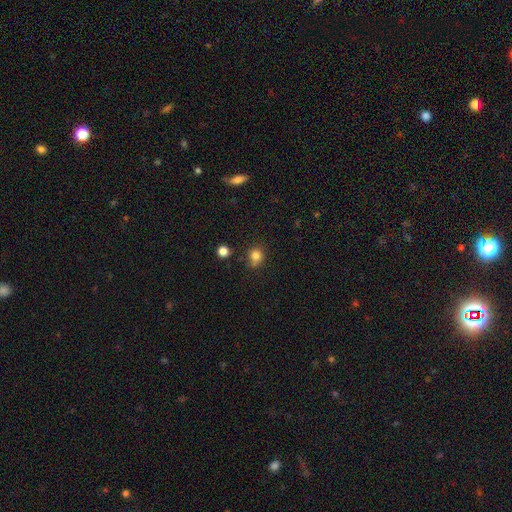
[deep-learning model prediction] smooth-or-featured: smooth: 81% | star or artifact: 13% | featured or disk: 6%
  how-rounded: round: 83% | in between: 16% | cigar-shaped: 1%
  merging: none: 69% | minor disturbance: 16% | merger: 11% | major disturbance: 4%